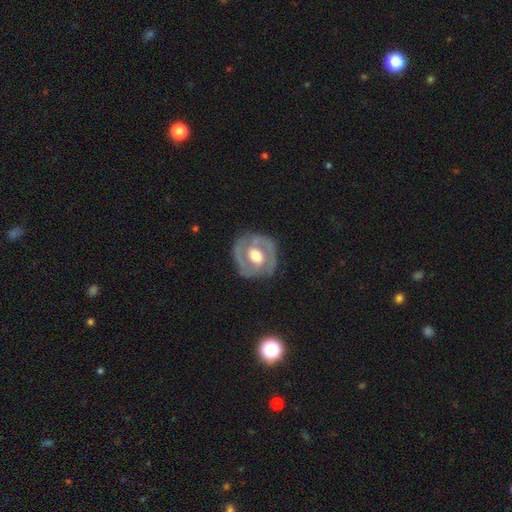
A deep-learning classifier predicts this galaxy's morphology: Smooth or featured? Predicted: featured or disk (p=0.72). Edge-on disk? Predicted: no (p=0.96). Bar? Predicted: no (p=0.56). Spiral arms? Predicted: yes (p=0.61). Bulge size? Predicted: moderate (p=0.58). Merging? Predicted: none (p=0.76).